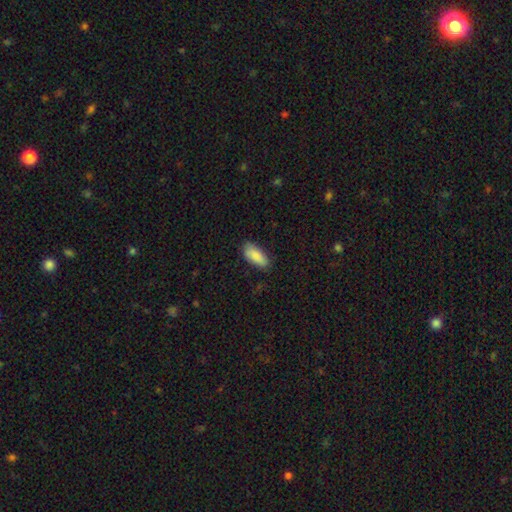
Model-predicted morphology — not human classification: smooth-or-featured: smooth: 88% | featured or disk: 6% | star or artifact: 6%
  how-rounded: in between: 87% | cigar-shaped: 11% | round: 2%
  merging: none: 80% | minor disturbance: 16% | major disturbance: 3% | merger: 1%